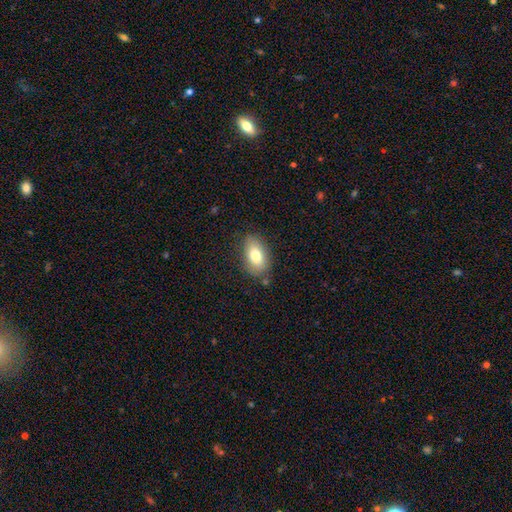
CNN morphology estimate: type=smooth (78%); roundness=in between (90%); merging=none (79%).